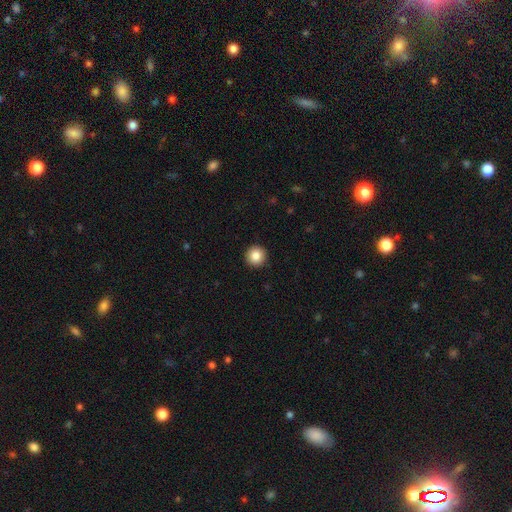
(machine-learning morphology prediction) This appears to be a smooth galaxy with no disk features (86%) that is round (96%). Merging: none (93%).